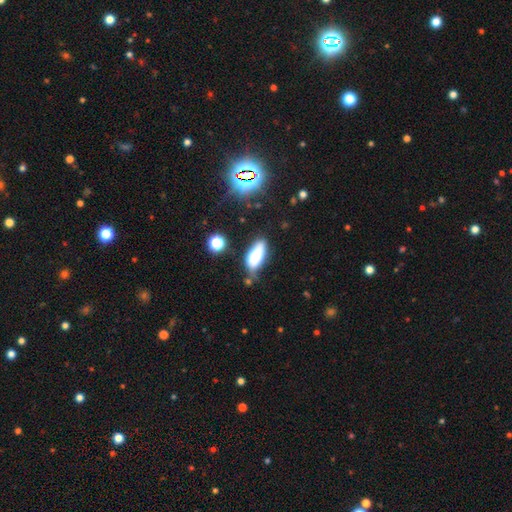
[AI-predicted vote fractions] Smooth or featured? Predicted: smooth (p=0.75). How rounded? Predicted: in between (p=0.82). Merging? Predicted: none (p=0.58).